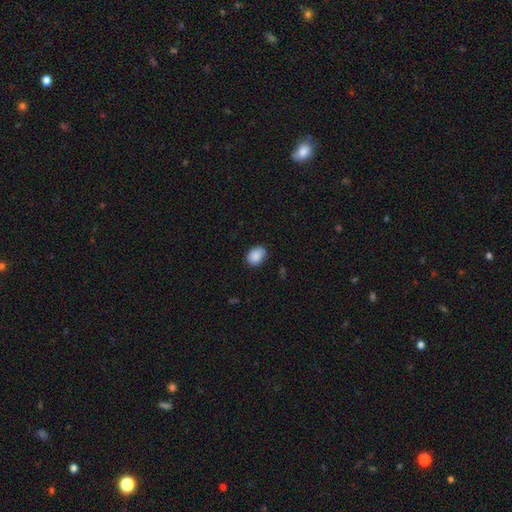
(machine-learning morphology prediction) A smooth galaxy with no disk features (89%) that is in between round and cigar-shaped (70%). Merging: none (79%).